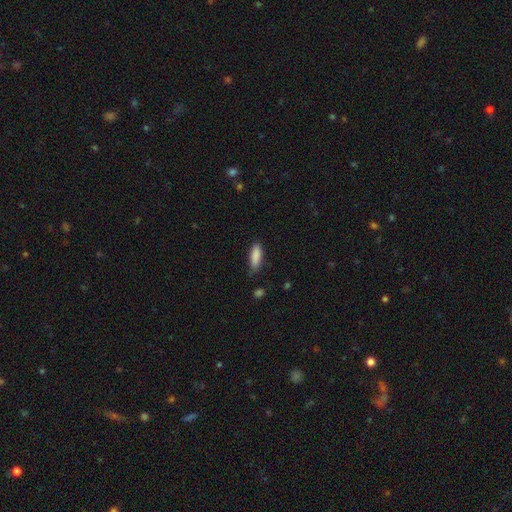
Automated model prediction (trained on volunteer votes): This is clearly a smooth galaxy (88%). How rounded: likely in between (63%). Merging: likely none (74%).